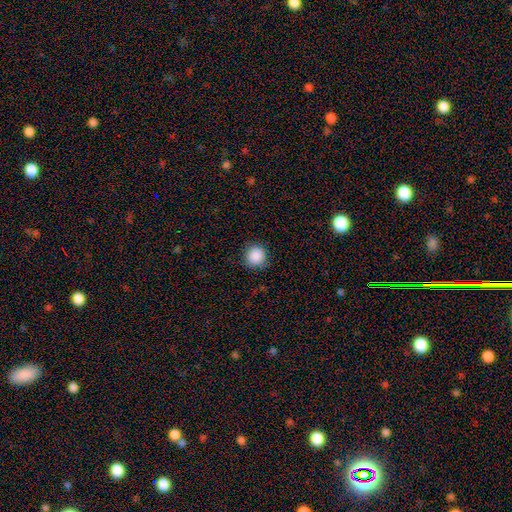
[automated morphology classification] smooth-or-featured: smooth: 88% | star or artifact: 9% | featured or disk: 3%
  how-rounded: round: 93% | in between: 6% | cigar-shaped: 1%
  merging: none: 88% | minor disturbance: 8% | major disturbance: 3% | merger: 1%